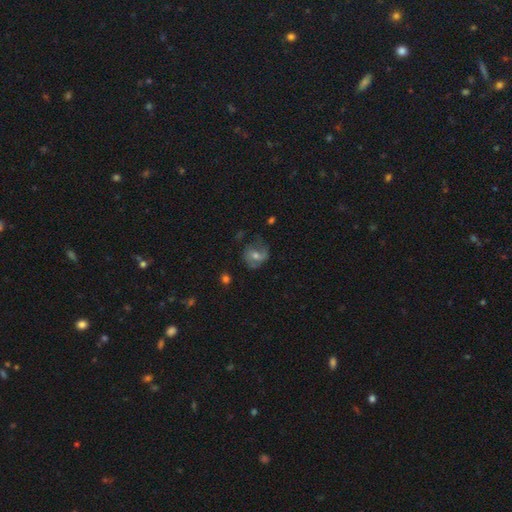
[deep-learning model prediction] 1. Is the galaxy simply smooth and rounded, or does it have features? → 58% featured or disk, 30% smooth, 11% star or artifact.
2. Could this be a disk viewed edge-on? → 96% no, 4% yes.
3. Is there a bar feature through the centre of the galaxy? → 49% no, 38% weak, 13% strong.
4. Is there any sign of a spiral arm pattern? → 79% yes, 21% no.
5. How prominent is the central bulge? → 59% moderate, 34% small, 4% large, 2% none, 1% dominant.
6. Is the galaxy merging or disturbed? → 58% none, 24% minor disturbance, 17% major disturbance, 2% merger.